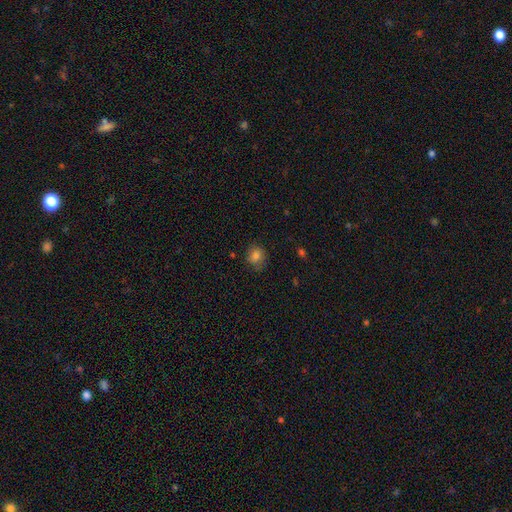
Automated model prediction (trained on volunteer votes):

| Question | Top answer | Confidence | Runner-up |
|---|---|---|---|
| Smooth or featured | smooth | 81% | star or artifact (12%) |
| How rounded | round | 64% | in between (35%) |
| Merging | none | 73% | minor disturbance (20%) |